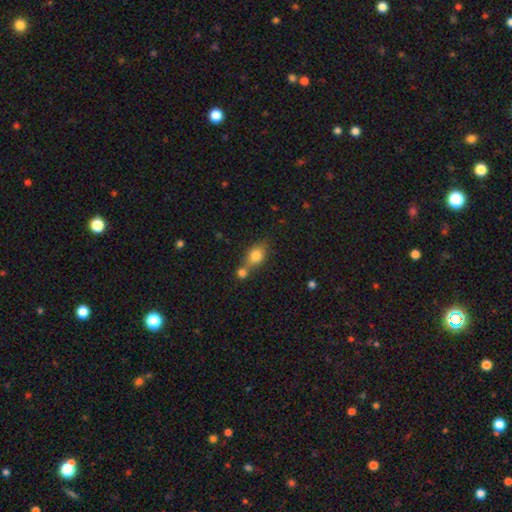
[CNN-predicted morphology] The model was most divided on "merging": merger: 43%, none: 41%, minor disturbance: 11%, major disturbance: 4%. More confident: smooth or featured — smooth (80%); how rounded — in between (61%).